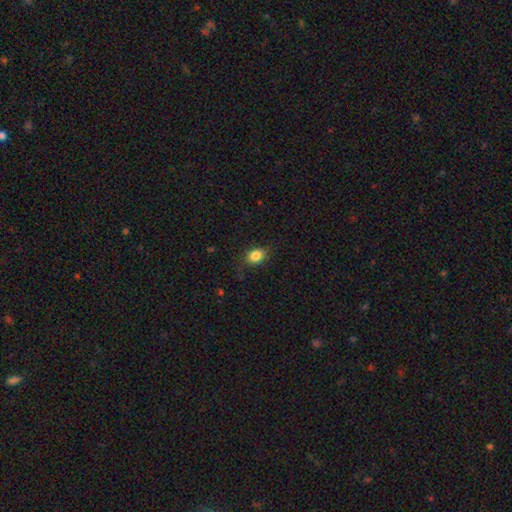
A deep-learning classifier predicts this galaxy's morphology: Smooth or featured? smooth (84%)
How rounded? in between (62%)
Merging? none (78%)